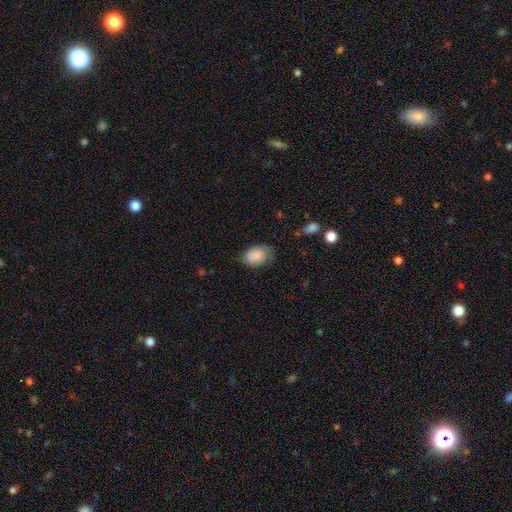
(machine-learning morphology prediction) The model was most divided on "merging": none: 67%, minor disturbance: 26%, major disturbance: 6%, merger: 1%. More confident: how rounded — in between (82%); smooth or featured — smooth (79%).